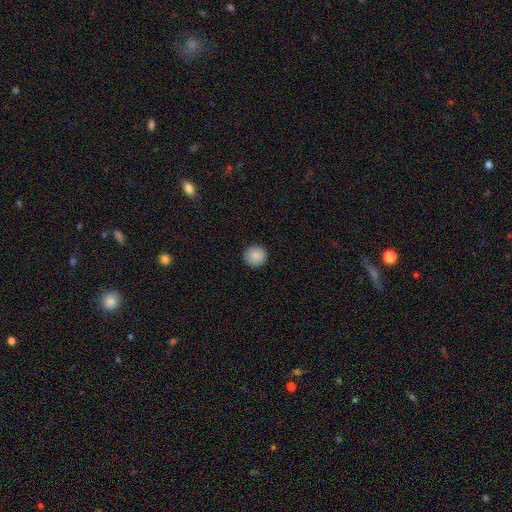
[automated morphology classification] Overall: smooth (89%). How rounded: round (94%). Merging: none (91%).